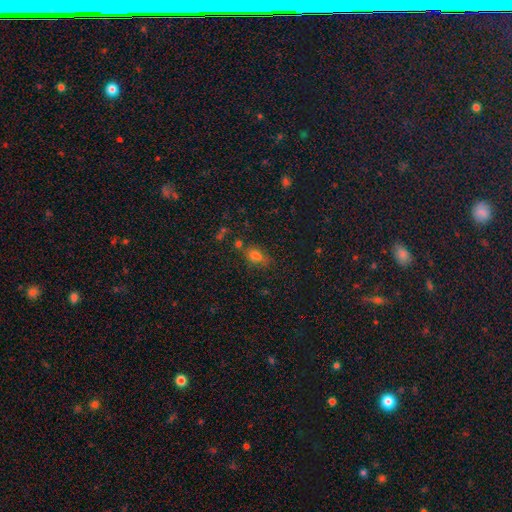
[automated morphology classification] A smooth galaxy with no disk features (74%) that is in between round and cigar-shaped (66%). Merging: none (63%).